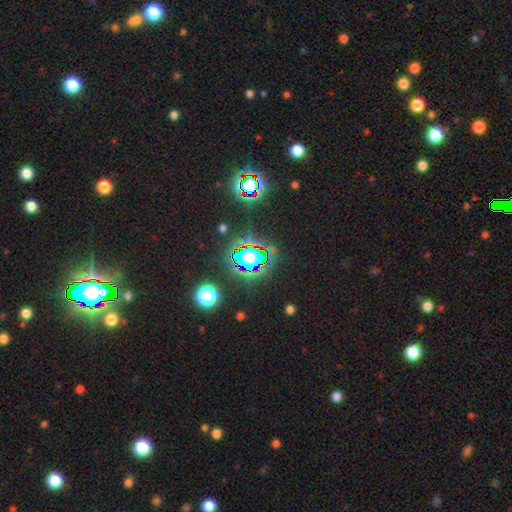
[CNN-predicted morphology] Smooth or featured: star or artifact — 78% (smooth — 14%)